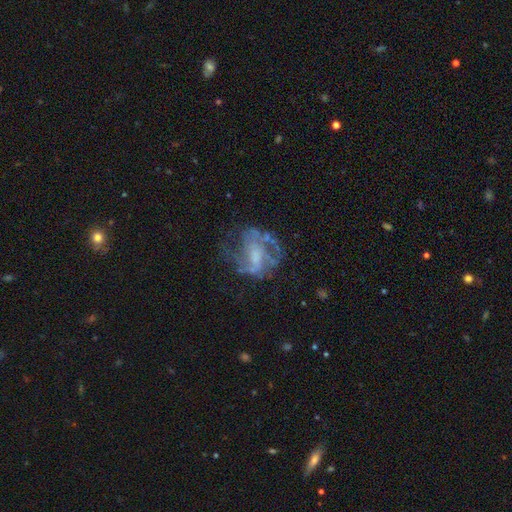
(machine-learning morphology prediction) Smooth or featured? Predicted: featured or disk (p=0.73). Edge-on disk? Predicted: no (p=0.97). Bar? Predicted: no (p=0.54). Spiral arms? Predicted: yes (p=0.66). Bulge size? Predicted: none (p=0.32). Merging? Predicted: none (p=0.47).